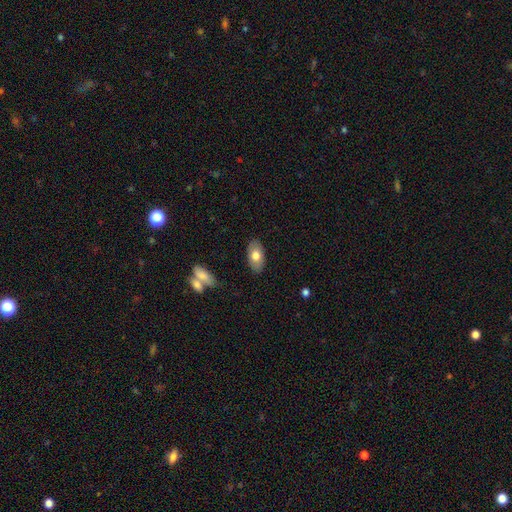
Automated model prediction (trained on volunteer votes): Smooth or featured?
  - smooth: 73% *
  - featured or disk: 21%
  - star or artifact: 6%
How rounded?
  - in between: 94% *
  - round: 4%
  - cigar-shaped: 2%
Merging?
  - none: 87% *
  - minor disturbance: 9%
  - major disturbance: 2%
  - merger: 2%